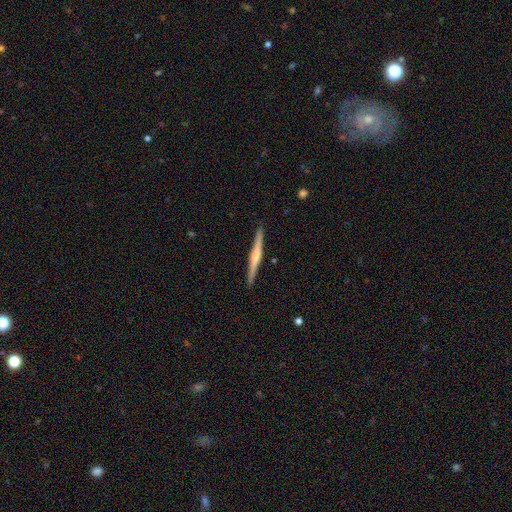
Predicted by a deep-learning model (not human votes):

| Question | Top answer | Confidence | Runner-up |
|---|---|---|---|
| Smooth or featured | featured or disk | 68% | smooth (27%) |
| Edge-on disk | yes | 98% | no (2%) |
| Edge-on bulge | rounded | 73% | none (18%) |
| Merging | none | 91% | minor disturbance (7%) |